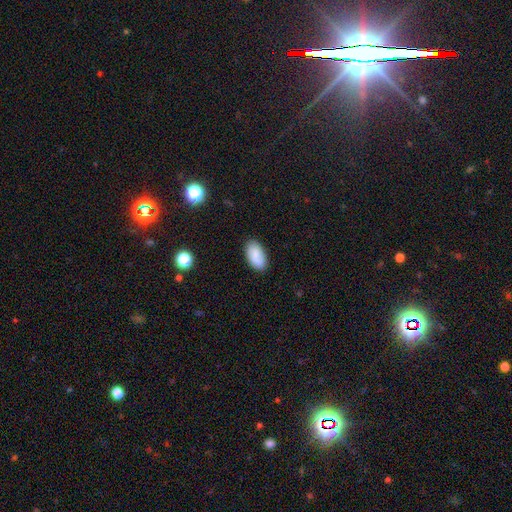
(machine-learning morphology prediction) A smooth galaxy with no disk features (84%) that is in between round and cigar-shaped (95%). Merging: none (85%).